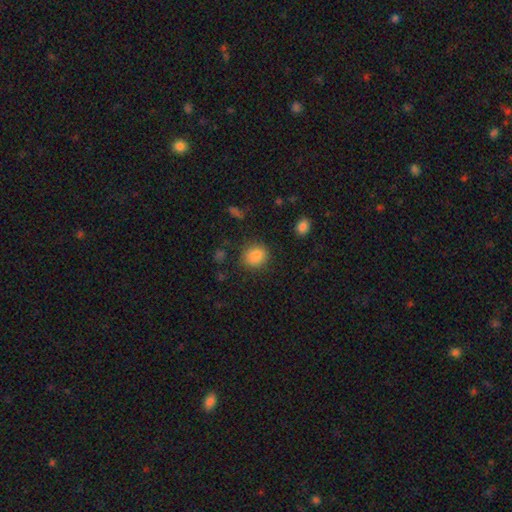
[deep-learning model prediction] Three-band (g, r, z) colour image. It shows a smooth galaxy with no disk features (83%) that is round (72%). Merging: none (76%).